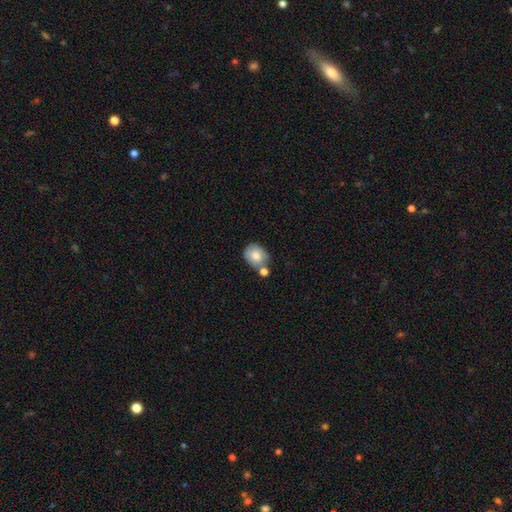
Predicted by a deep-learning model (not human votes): smooth_or_featured: smooth (p=0.76) [alt: featured or disk p=0.17]
how_rounded: in between (p=0.51) [alt: round p=0.48]
merging: none (p=0.50) [alt: merger p=0.25]